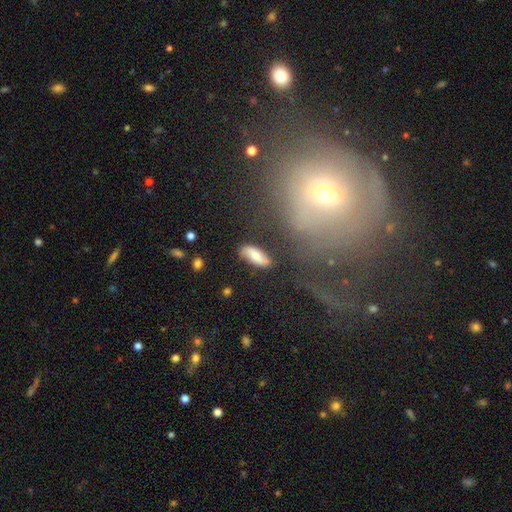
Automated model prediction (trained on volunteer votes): Smooth or featured? Predicted: smooth (p=0.66). How rounded? Predicted: in between (p=0.75). Merging? Predicted: none (p=0.75).